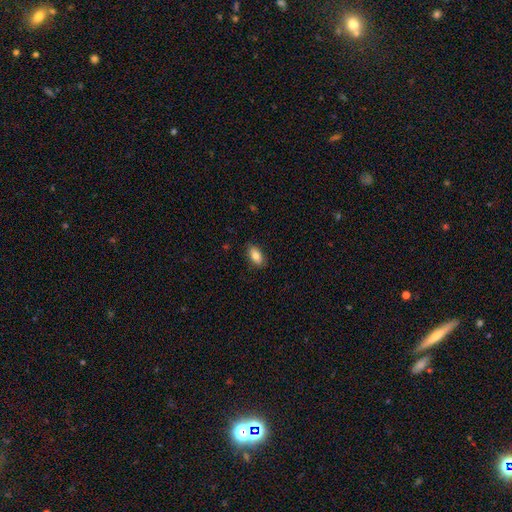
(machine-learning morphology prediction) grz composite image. It shows a smooth galaxy with no disk features (80%) that is in between round and cigar-shaped (90%). Merging: none (86%).